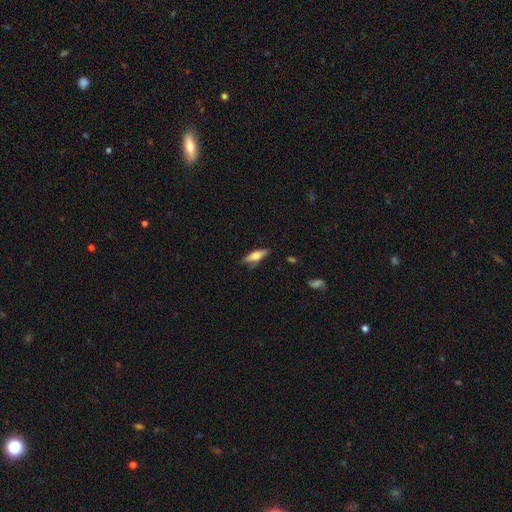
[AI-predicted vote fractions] Smooth or featured?
  - smooth: 52% *
  - featured or disk: 41%
  - star or artifact: 6%
How rounded?
  - cigar-shaped: 51% *
  - in between: 46%
  - round: 3%
Merging?
  - none: 79% *
  - minor disturbance: 16%
  - major disturbance: 3%
  - merger: 2%